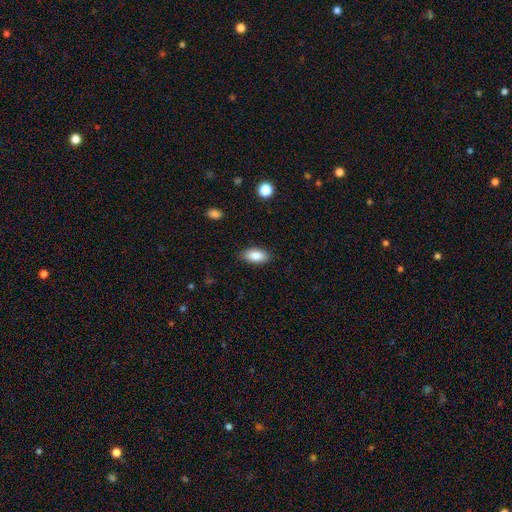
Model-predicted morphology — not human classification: smooth-or-featured: smooth: 87% | star or artifact: 7% | featured or disk: 6%
  how-rounded: in between: 93% | cigar-shaped: 4% | round: 3%
  merging: none: 87% | minor disturbance: 10% | major disturbance: 2% | merger: 1%